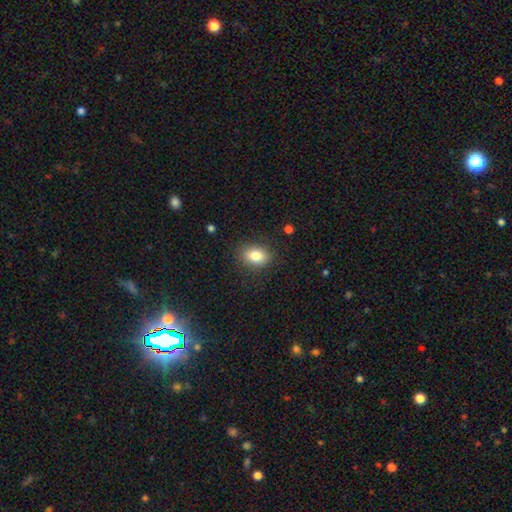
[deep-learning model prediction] Morphology: type=smooth (82%); roundness=in between (71%); merging=none (85%).